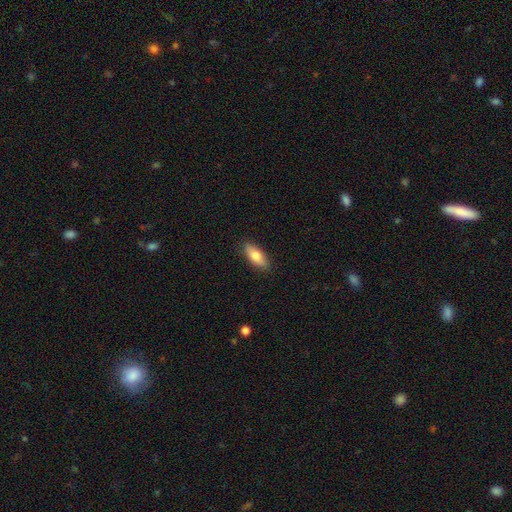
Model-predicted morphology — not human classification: smooth 75%, featured or disk 19%, star or artifact 6%. Down the decision tree: how rounded — in between (75%); merging — none (88%).